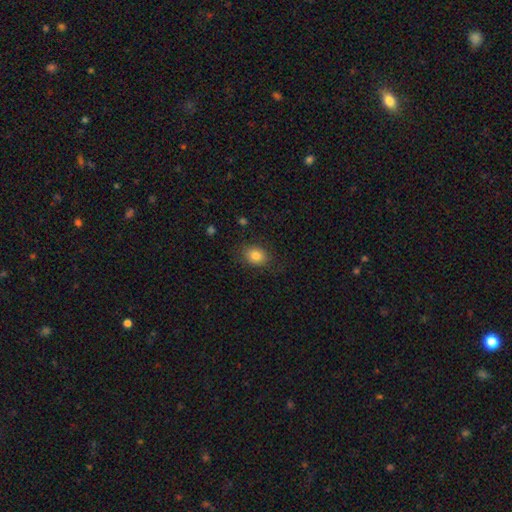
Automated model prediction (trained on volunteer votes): Smooth or featured: smooth — 83% (star or artifact — 10%)
How rounded: in between — 55% (round — 44%)
Merging: none — 81% (minor disturbance — 14%)